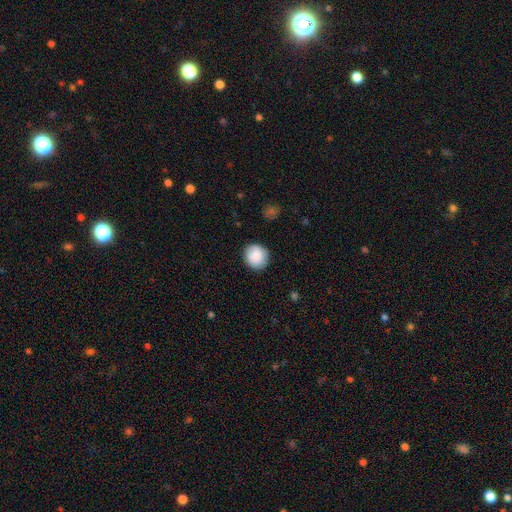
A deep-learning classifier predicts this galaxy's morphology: Smooth or featured? smooth (85%)
How rounded? round (87%)
Merging? none (86%)